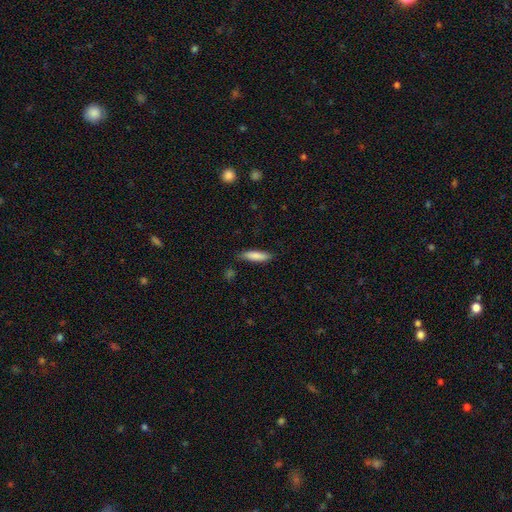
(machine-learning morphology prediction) Smooth or featured? smooth (83%)
How rounded? cigar-shaped (68%)
Merging? none (78%)